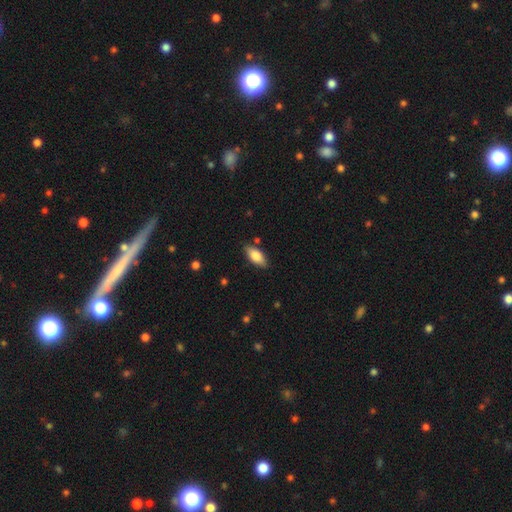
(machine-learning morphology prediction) The model was most divided on "merging": none: 83%, minor disturbance: 13%, major disturbance: 2%, merger: 2%. More confident: how rounded — in between (88%); smooth or featured — smooth (82%).